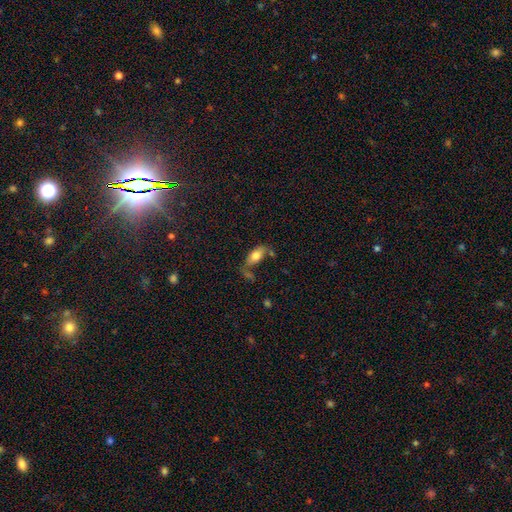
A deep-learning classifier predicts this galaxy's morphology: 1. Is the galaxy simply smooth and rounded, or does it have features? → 74% smooth, 18% featured or disk, 8% star or artifact.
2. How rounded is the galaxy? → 88% in between, 8% cigar-shaped, 4% round.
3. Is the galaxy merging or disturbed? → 48% none, 21% merger, 20% minor disturbance, 12% major disturbance.